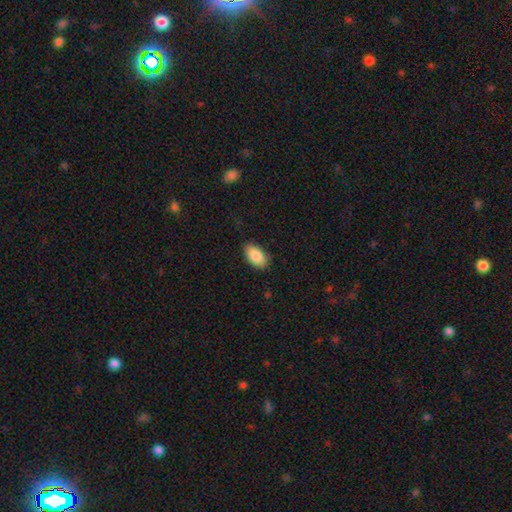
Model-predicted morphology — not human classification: Smooth or featured? smooth (88%)
How rounded? in between (94%)
Merging? none (86%)